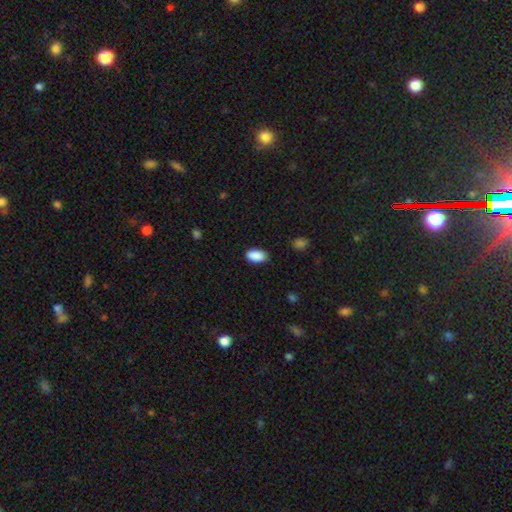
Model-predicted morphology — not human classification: This appears to be a smooth galaxy with no disk features (91%) that is in between round and cigar-shaped (94%). Merging: none (86%).